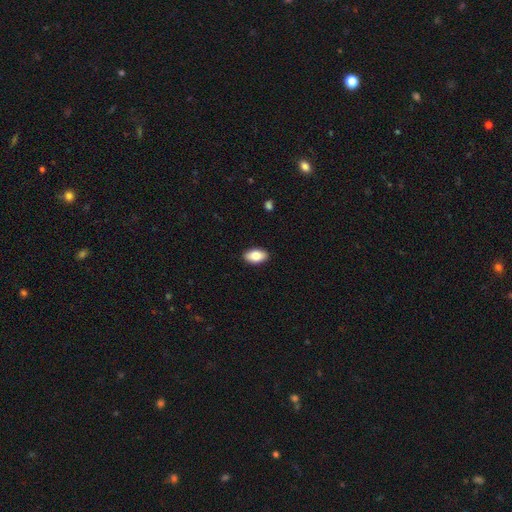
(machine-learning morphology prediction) Smooth or featured? smooth (84%)
How rounded? in between (93%)
Merging? none (90%)